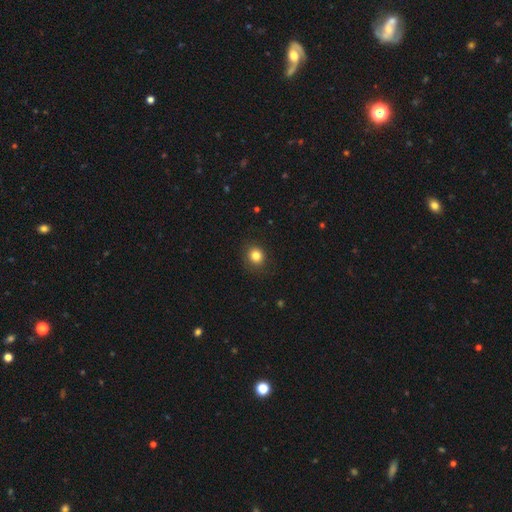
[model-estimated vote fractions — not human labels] Smooth or featured: smooth — 83% (star or artifact — 12%)
How rounded: round — 85% (in between — 14%)
Merging: none — 88% (minor disturbance — 9%)